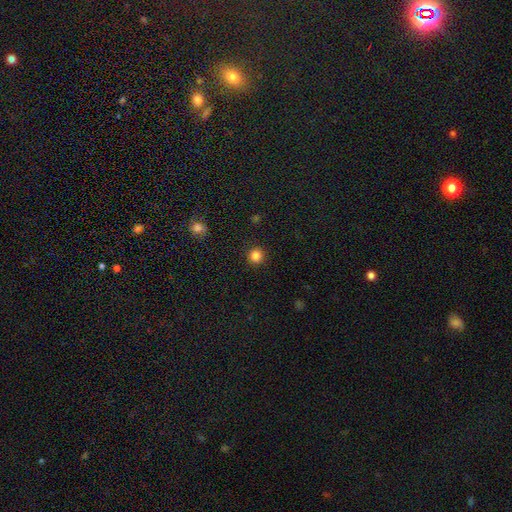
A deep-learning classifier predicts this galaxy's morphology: Smooth or featured: smooth — 84% (star or artifact — 12%)
How rounded: round — 95% (in between — 4%)
Merging: none — 93% (minor disturbance — 5%)